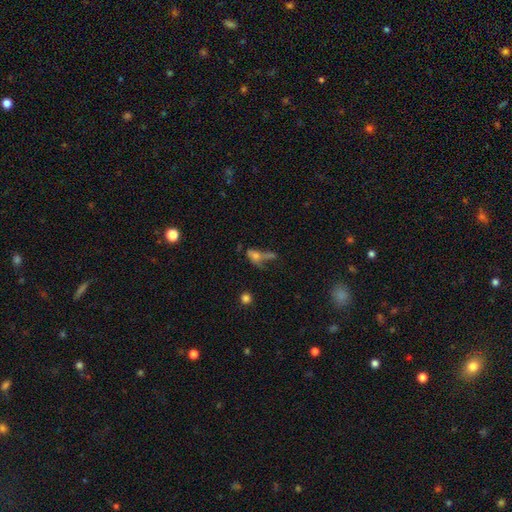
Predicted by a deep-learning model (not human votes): A smooth galaxy with no disk features (50%) that is in between round and cigar-shaped (63%).

Vote fractions:
- Smooth or featured? smooth: 50% / featured or disk: 31% / star or artifact: 19%
- How rounded? in between: 63% / cigar-shaped: 21% / round: 16%
- Merging? none: 31% / merger: 26% / major disturbance: 26% / minor disturbance: 16%